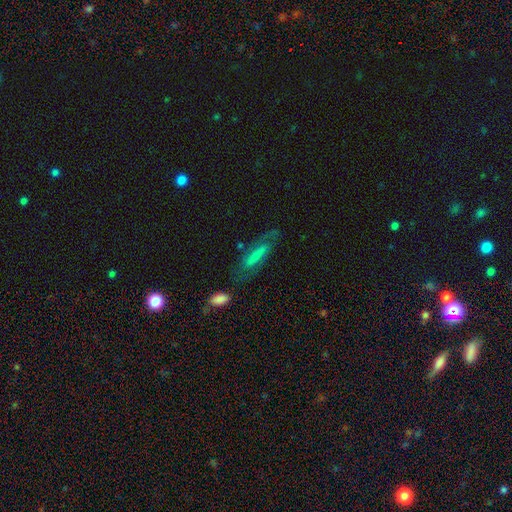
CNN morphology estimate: The model was most divided on "smooth or featured": featured or disk: 46%, smooth: 45%, star or artifact: 9%. More confident: merging — none (62%).